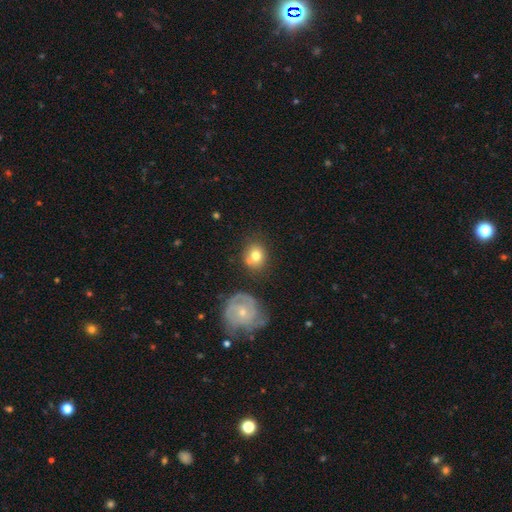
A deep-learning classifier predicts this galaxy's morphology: A smooth galaxy with no disk features (71%) that is round (73%). Merging: none (61%).